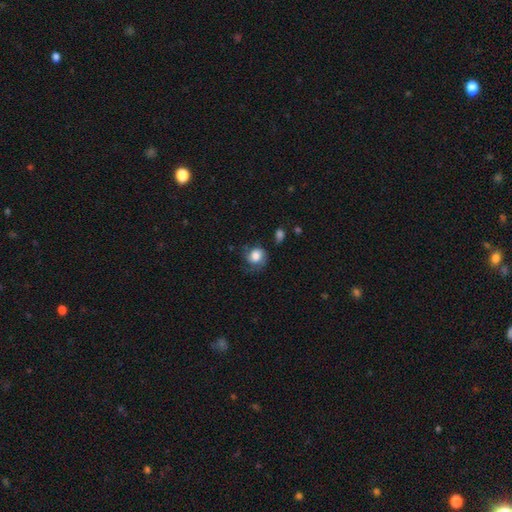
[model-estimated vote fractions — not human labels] smooth 58%, featured or disk 34%, star or artifact 8%. Down the decision tree: how rounded — round (72%); merging — none (48%).